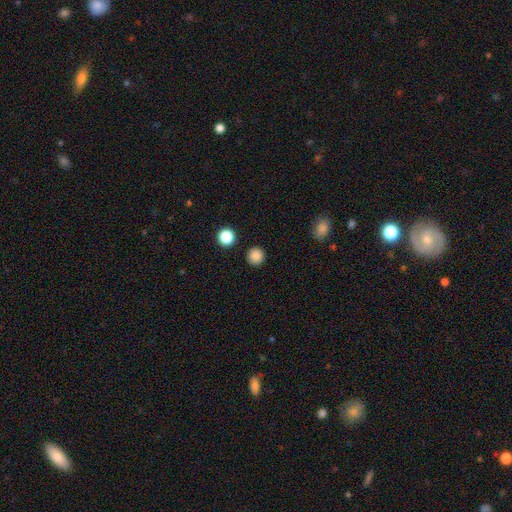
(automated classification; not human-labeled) A smooth galaxy with no disk features (86%) that is round (95%). Merging: none (91%).